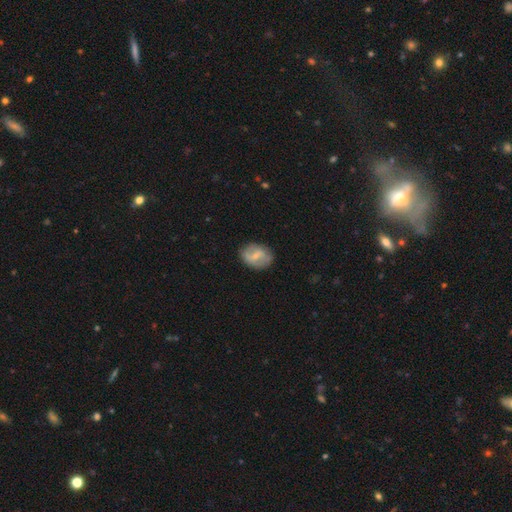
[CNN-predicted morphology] This is possibly a featured or disk galaxy (49%). Merging: likely none (76%).